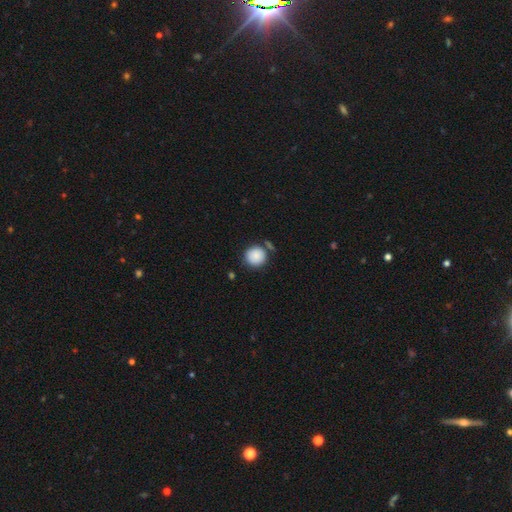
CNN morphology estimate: Q: Smooth or featured?
A: smooth (88%); runner-up: star or artifact (8%)
Q: How rounded?
A: round (93%); runner-up: in between (6%)
Q: Merging?
A: none (75%); runner-up: minor disturbance (12%)